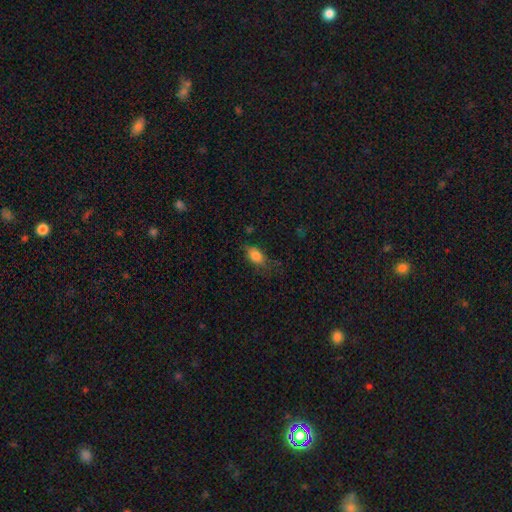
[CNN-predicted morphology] Smooth or featured? Predicted: smooth (p=0.82). How rounded? Predicted: in between (p=0.84). Merging? Predicted: none (p=0.65).